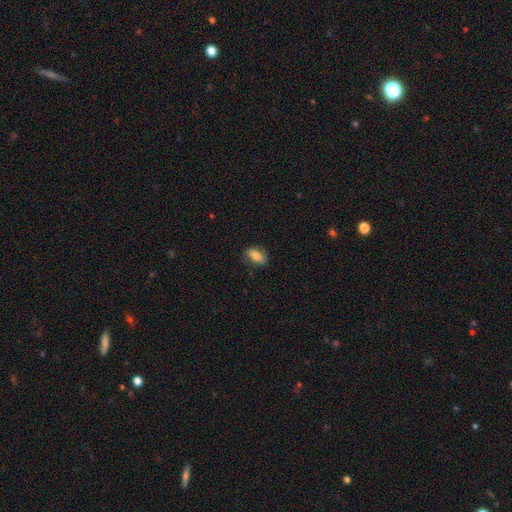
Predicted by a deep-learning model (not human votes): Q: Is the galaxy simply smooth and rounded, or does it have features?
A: smooth — 73%.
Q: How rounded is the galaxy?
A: in between — 85%.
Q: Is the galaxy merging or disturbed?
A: none — 76%.